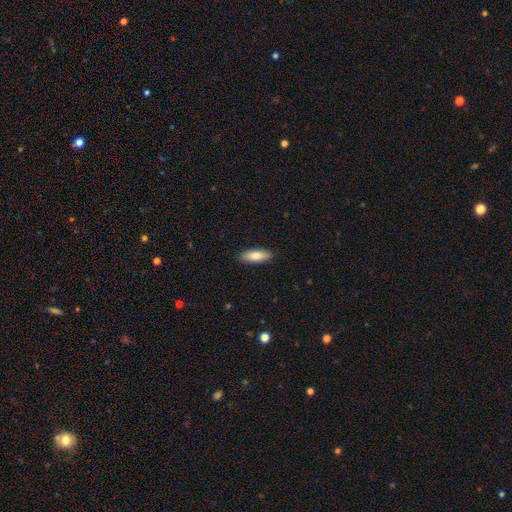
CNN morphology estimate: smooth 81%, featured or disk 13%, star or artifact 6%. Down the decision tree: how rounded — in between (67%); merging — none (89%).